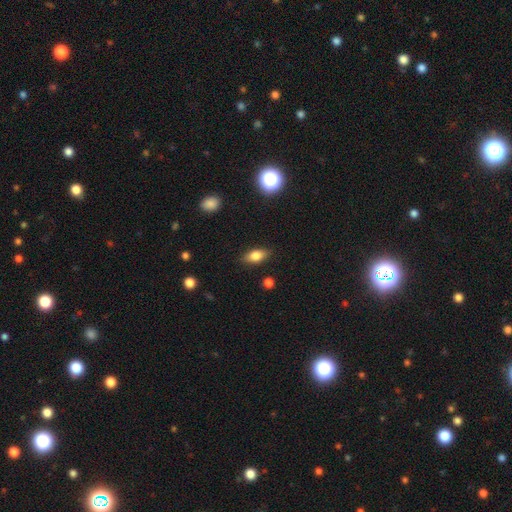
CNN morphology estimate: type=smooth (78%); roundness=in between (83%); merging=none (86%).